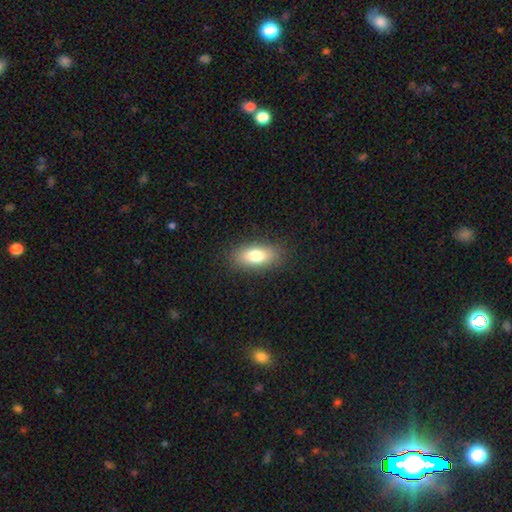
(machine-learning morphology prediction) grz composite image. It shows a smooth galaxy with no disk features (78%) that is in between round and cigar-shaped (84%). Merging: none (87%).